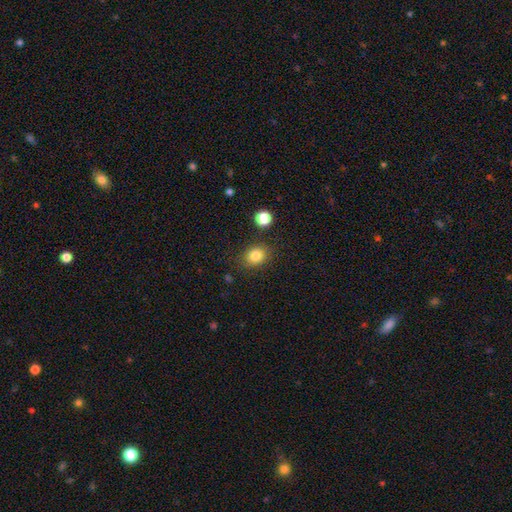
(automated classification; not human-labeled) Smooth or featured? Predicted: smooth (p=0.83). How rounded? Predicted: round (p=0.56). Merging? Predicted: none (p=0.82).